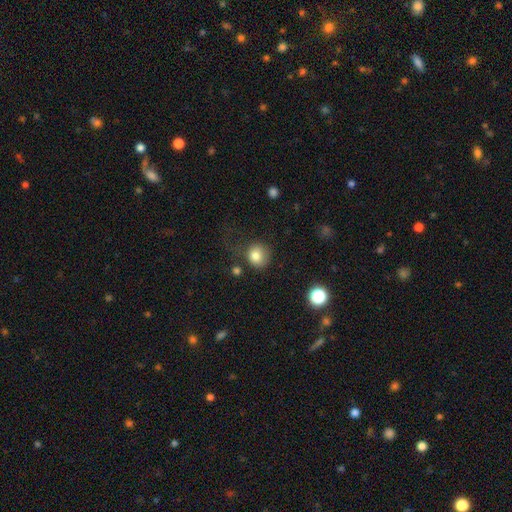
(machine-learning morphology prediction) smooth-or-featured: smooth: 81% | star or artifact: 11% | featured or disk: 8%
  how-rounded: round: 85% | in between: 14% | cigar-shaped: 1%
  merging: none: 60% | minor disturbance: 19% | major disturbance: 16% | merger: 4%